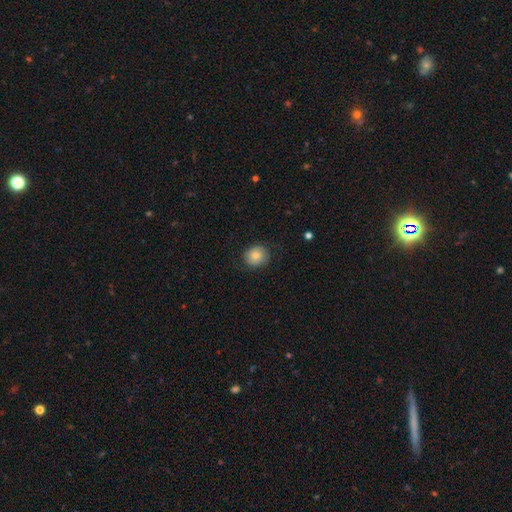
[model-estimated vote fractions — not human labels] smooth-or-featured: smooth: 79% | featured or disk: 13% | star or artifact: 8%
  how-rounded: round: 79% | in between: 20% | cigar-shaped: 1%
  merging: none: 80% | minor disturbance: 15% | major disturbance: 4% | merger: 1%